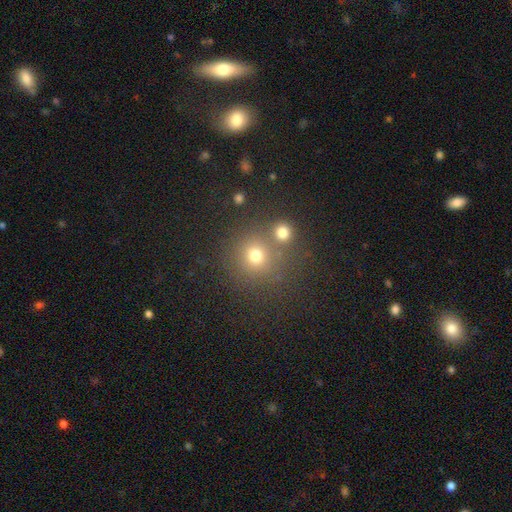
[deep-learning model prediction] This appears to be a smooth galaxy with no disk features (73%) that is round (89%). Merging: none (69%).